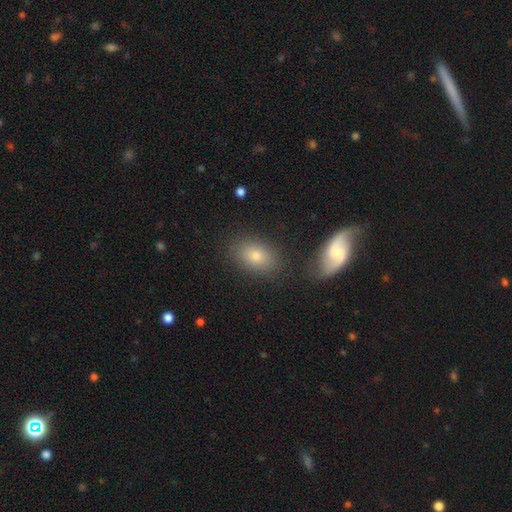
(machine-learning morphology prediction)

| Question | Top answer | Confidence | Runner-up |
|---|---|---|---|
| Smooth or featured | smooth | 71% | featured or disk (19%) |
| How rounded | in between | 81% | round (17%) |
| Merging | none | 78% | minor disturbance (12%) |